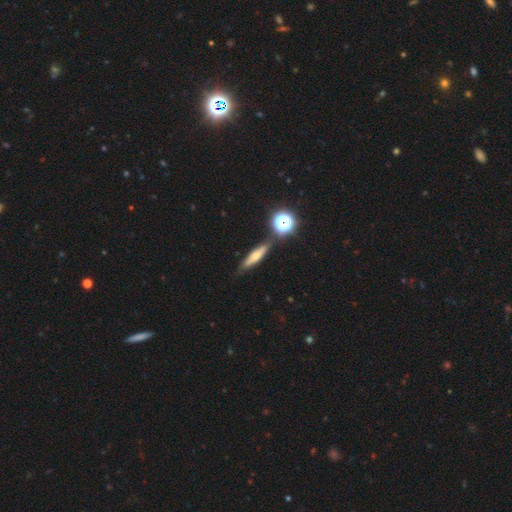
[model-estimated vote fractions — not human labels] This is possibly a smooth galaxy (48%). Merging: likely none (78%).